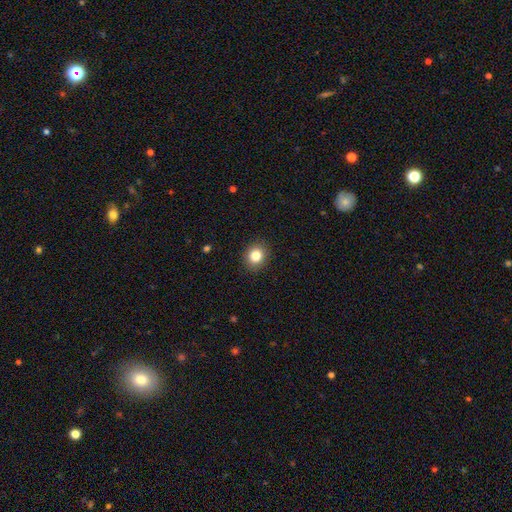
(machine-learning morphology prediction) This appears to be a smooth galaxy with no disk features (83%) that is round (69%). Merging: none (90%).